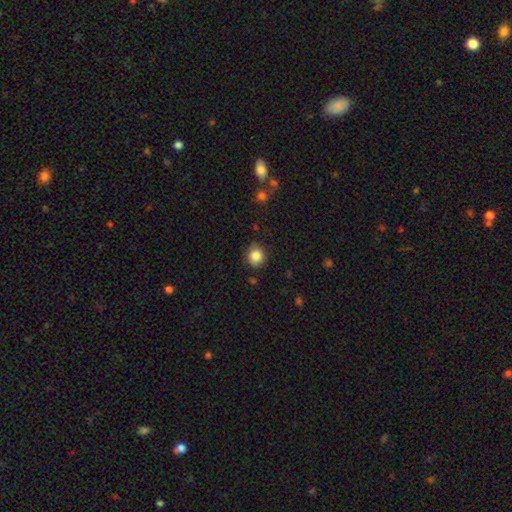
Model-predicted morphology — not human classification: Smooth or featured? smooth (86%)
How rounded? round (81%)
Merging? none (83%)